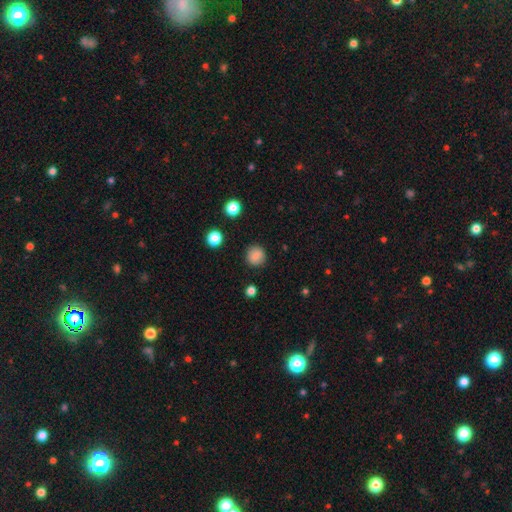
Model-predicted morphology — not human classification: The model was most divided on "smooth or featured": smooth: 86%, star or artifact: 10%, featured or disk: 4%. More confident: how rounded — round (89%); merging — none (89%).